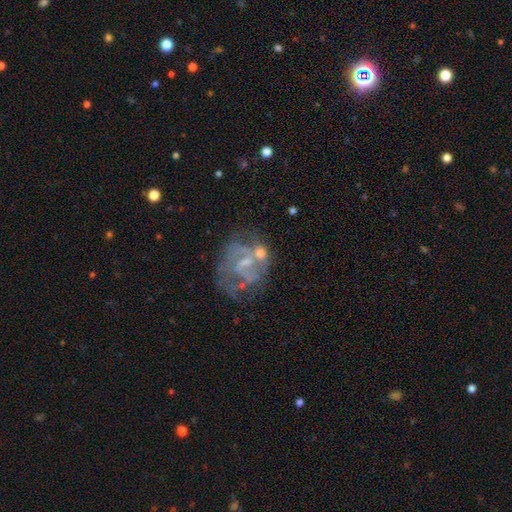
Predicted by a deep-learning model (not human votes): featured or disk 73%, smooth 16%, star or artifact 10%. Down the decision tree: edge-on disk — no (98%); bar — weak (46%); spiral arms — yes (63%); bulge size — small (38%); merging — none (37%).